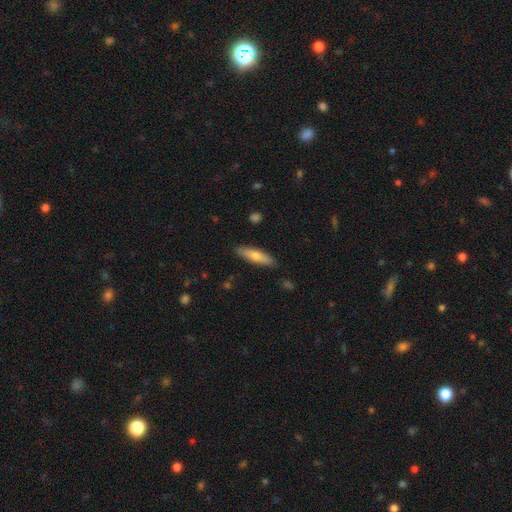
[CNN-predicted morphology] A smooth galaxy with no disk features (65%) that is cigar-shaped (67%).

Vote fractions:
- Smooth or featured? smooth: 65% / featured or disk: 29% / star or artifact: 6%
- How rounded? cigar-shaped: 67% / in between: 31% / round: 2%
- Merging? none: 86% / minor disturbance: 10% / major disturbance: 2% / merger: 1%